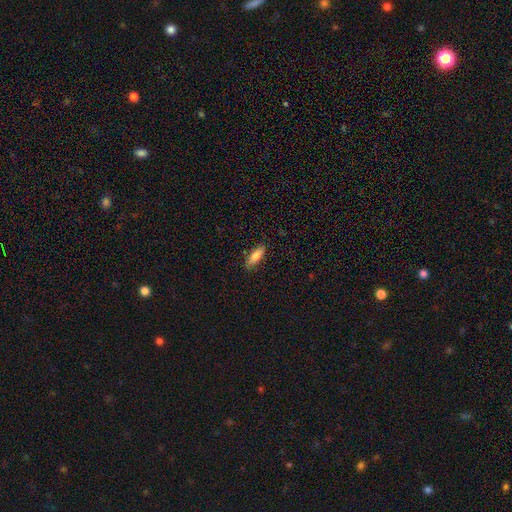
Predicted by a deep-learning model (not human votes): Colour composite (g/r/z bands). It shows a smooth galaxy with no disk features (78%) that is in between round and cigar-shaped (61%). Merging: none (84%).